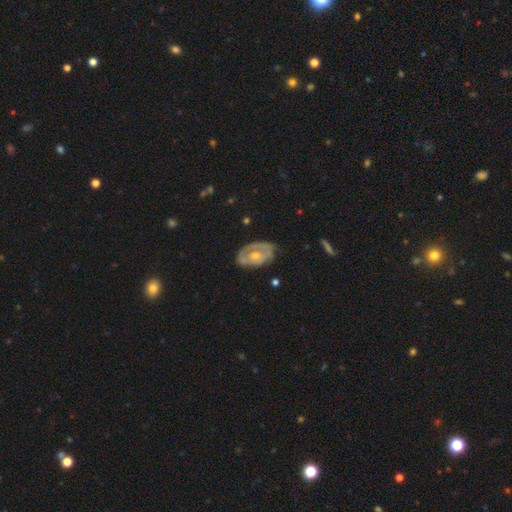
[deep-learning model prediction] smooth_or_featured: featured or disk (p=0.66) [alt: smooth p=0.28]
disk_edge_on: no (p=0.93) [alt: yes p=0.07]
bar: no (p=0.78) [alt: weak p=0.17]
has_spiral_arms: no (p=0.61) [alt: yes p=0.39]
bulge_size: moderate (p=0.59) [alt: small p=0.37]
merging: none (p=0.64) [alt: minor disturbance p=0.25]